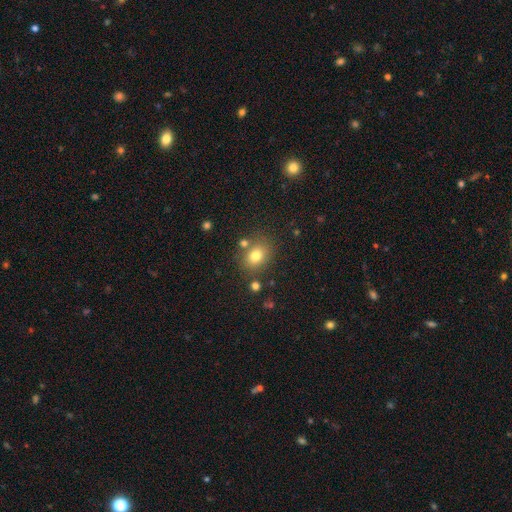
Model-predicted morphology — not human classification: This appears to be a smooth galaxy with no disk features (78%) that is in between round and cigar-shaped (50%). Merging: none (75%).